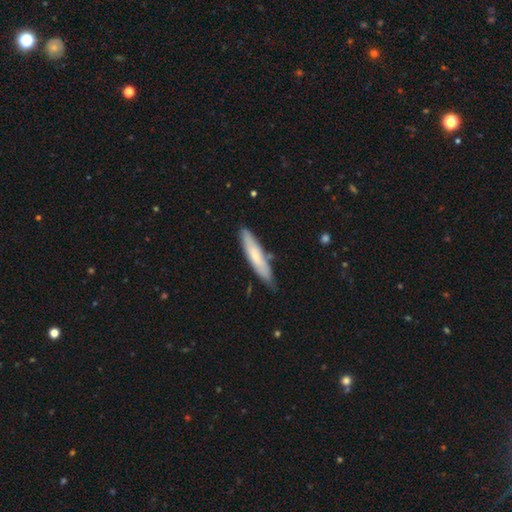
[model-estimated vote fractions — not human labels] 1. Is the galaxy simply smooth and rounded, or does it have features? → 64% smooth, 30% featured or disk, 6% star or artifact.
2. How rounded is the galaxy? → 85% cigar-shaped, 14% in between, 1% round.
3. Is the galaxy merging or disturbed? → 77% none, 17% minor disturbance, 3% merger, 3% major disturbance.